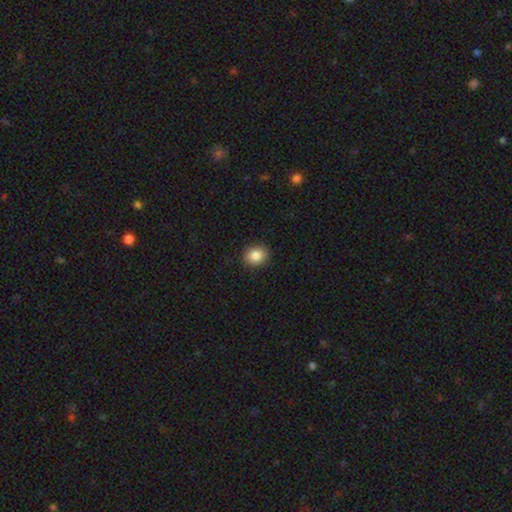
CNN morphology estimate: A smooth galaxy with no disk features (85%) that is round (67%). Merging: none (90%).